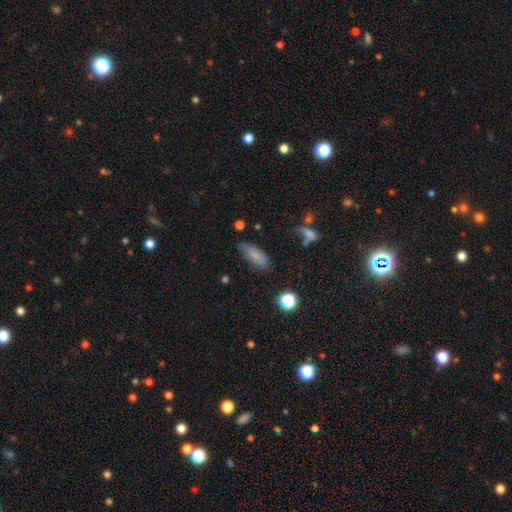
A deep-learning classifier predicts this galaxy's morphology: Smooth or featured?
  - smooth: 72% *
  - featured or disk: 17%
  - star or artifact: 11%
How rounded?
  - in between: 80% *
  - cigar-shaped: 17%
  - round: 4%
Merging?
  - none: 62% *
  - minor disturbance: 27%
  - major disturbance: 8%
  - merger: 3%